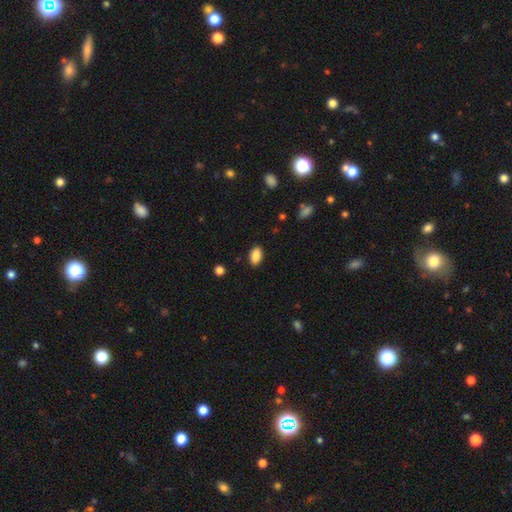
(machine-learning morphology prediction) A smooth galaxy with no disk features (88%) that is in between round and cigar-shaped (91%).

Vote fractions:
- Smooth or featured? smooth: 88% / star or artifact: 8% / featured or disk: 4%
- How rounded? in between: 91% / round: 7% / cigar-shaped: 2%
- Merging? none: 87% / minor disturbance: 10% / major disturbance: 2% / merger: 1%